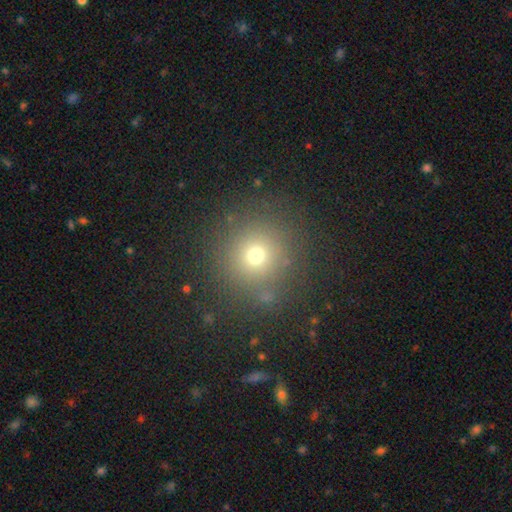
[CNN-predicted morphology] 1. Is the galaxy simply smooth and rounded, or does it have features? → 69% smooth, 21% star or artifact, 11% featured or disk.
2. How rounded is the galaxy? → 93% round, 6% in between, 1% cigar-shaped.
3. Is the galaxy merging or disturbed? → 85% none, 9% minor disturbance, 5% major disturbance, 2% merger.